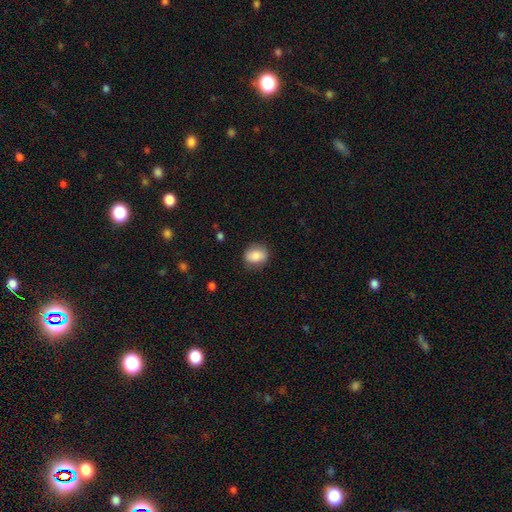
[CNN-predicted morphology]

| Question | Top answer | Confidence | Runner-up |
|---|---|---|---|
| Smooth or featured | smooth | 81% | featured or disk (11%) |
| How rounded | in between | 54% | round (45%) |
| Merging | none | 81% | minor disturbance (14%) |